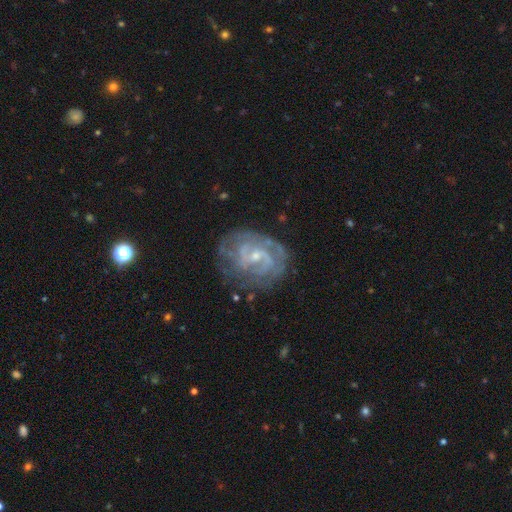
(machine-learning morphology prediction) Smooth or featured? Predicted: featured or disk (p=0.85). Edge-on disk? Predicted: no (p=0.98). Bar? Predicted: weak (p=0.51). Spiral arms? Predicted: yes (p=0.92). Spiral winding? Predicted: tight (p=0.56). Spiral arm count? Predicted: 2 (p=0.41). Bulge size? Predicted: small (p=0.68). Merging? Predicted: none (p=0.70).